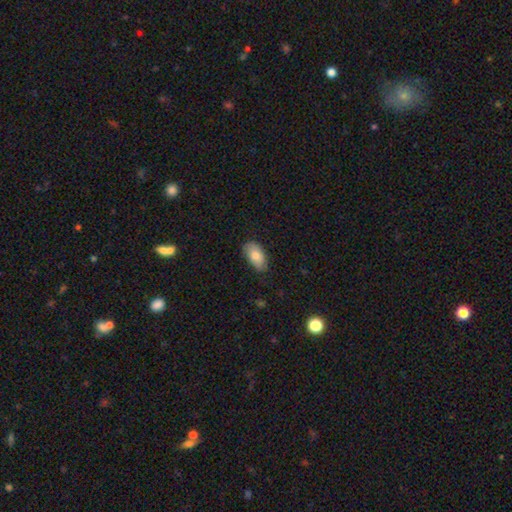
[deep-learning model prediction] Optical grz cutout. It shows a smooth galaxy with no disk features (81%) that is in between round and cigar-shaped (93%). Merging: none (78%).